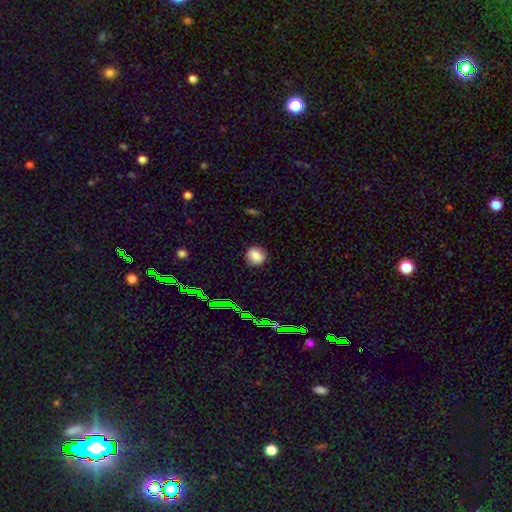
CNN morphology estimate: Smooth or featured? smooth (82%)
How rounded? round (86%)
Merging? none (89%)